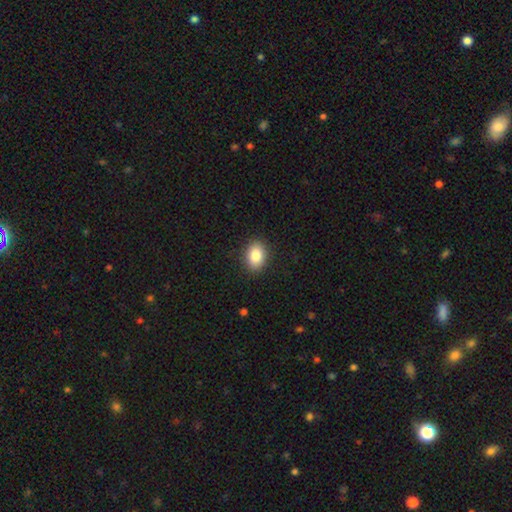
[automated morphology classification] This appears to be a smooth galaxy with no disk features (85%) that is in between round and cigar-shaped (74%). Merging: none (89%).